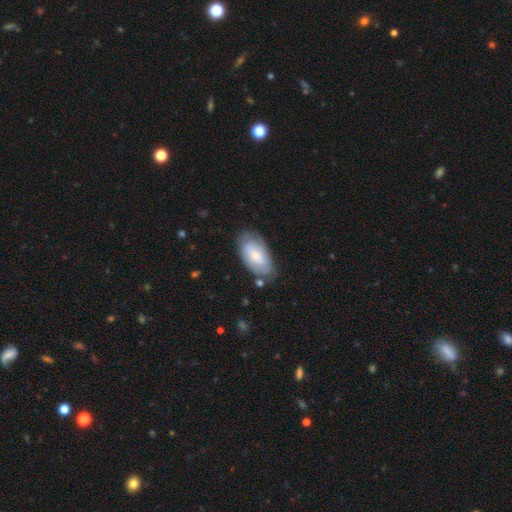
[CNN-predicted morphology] A smooth galaxy with no disk features (56%) that is in between round and cigar-shaped (93%).

Vote fractions:
- Smooth or featured? smooth: 56% / featured or disk: 38% / star or artifact: 6%
- How rounded? in between: 93% / cigar-shaped: 4% / round: 3%
- Merging? none: 73% / minor disturbance: 19% / major disturbance: 5% / merger: 3%